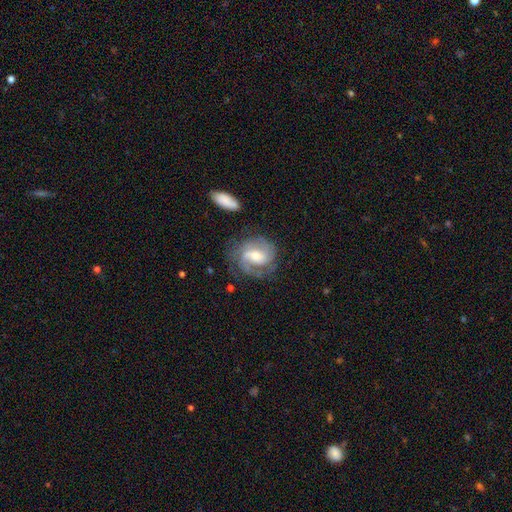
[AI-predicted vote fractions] This is clearly a featured or disk galaxy (81%). It is clearly not viewed edge-on (97%). Bar: possibly weak (47%). Spiral arm pattern: clearly yes (94%). Spiral arm count: possibly 2 (54%). Spiral winding: marginally medium (42%, tied with tight). Central bulge: possibly moderate (52%). Merging: likely none (65%).